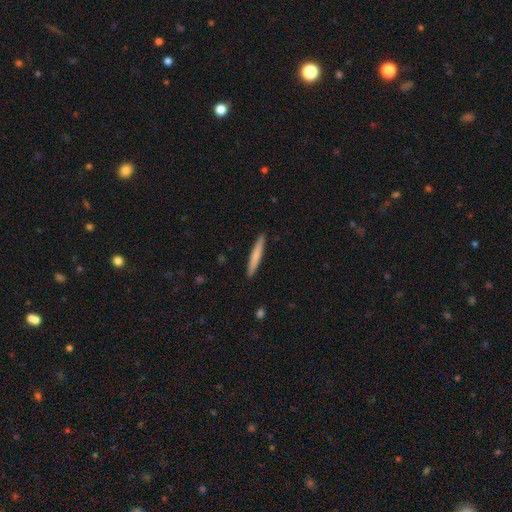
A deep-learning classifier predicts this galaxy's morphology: A smooth galaxy with no disk features (73%) that is cigar-shaped (96%).

Vote fractions:
- Smooth or featured? smooth: 73% / featured or disk: 22% / star or artifact: 5%
- How rounded? cigar-shaped: 96% / in between: 3% / round: 1%
- Merging? none: 92% / minor disturbance: 6% / major disturbance: 1% / merger: 1%